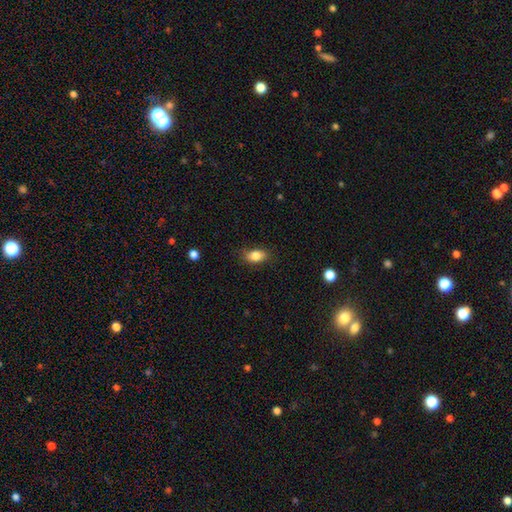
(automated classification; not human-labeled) smooth-or-featured: smooth: 83% | featured or disk: 9% | star or artifact: 8%
  how-rounded: in between: 87% | round: 10% | cigar-shaped: 4%
  merging: none: 81% | minor disturbance: 14% | major disturbance: 3% | merger: 1%